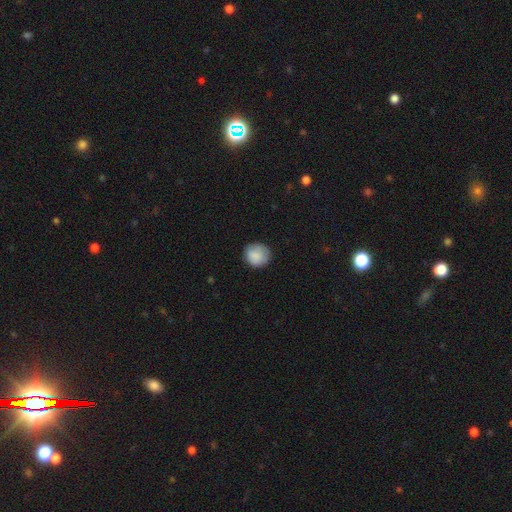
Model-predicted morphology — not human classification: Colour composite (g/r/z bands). It shows a smooth galaxy with no disk features (86%) that is round (87%). Merging: none (79%).